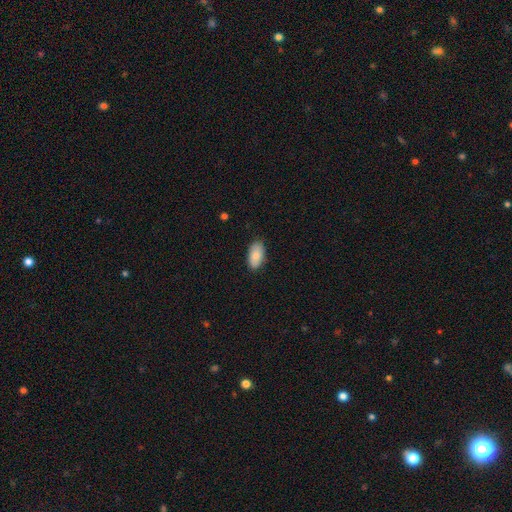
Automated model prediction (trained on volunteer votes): A smooth galaxy with no disk features (82%) that is in between round and cigar-shaped (94%).

Vote fractions:
- Smooth or featured? smooth: 82% / featured or disk: 11% / star or artifact: 6%
- How rounded? in between: 94% / round: 3% / cigar-shaped: 3%
- Merging? none: 86% / minor disturbance: 11% / major disturbance: 2% / merger: 1%